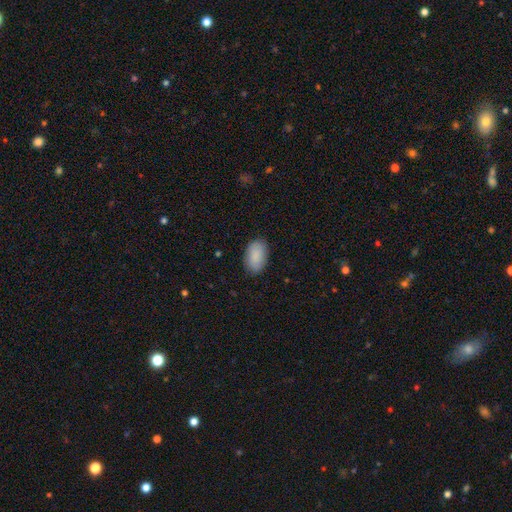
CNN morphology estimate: The model was most divided on "merging": none: 85%, minor disturbance: 11%, major disturbance: 3%, merger: 1%. More confident: how rounded — in between (93%); smooth or featured — smooth (89%).